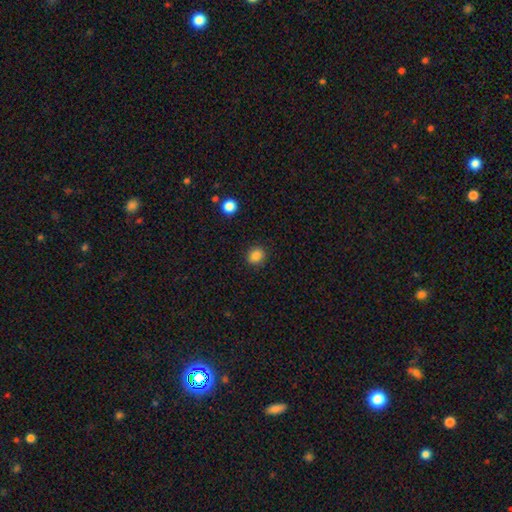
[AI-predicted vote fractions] Smooth or featured?
  - smooth: 86% *
  - star or artifact: 11%
  - featured or disk: 4%
How rounded?
  - round: 76% *
  - in between: 23%
  - cigar-shaped: 1%
Merging?
  - none: 90% *
  - minor disturbance: 7%
  - major disturbance: 2%
  - merger: 1%